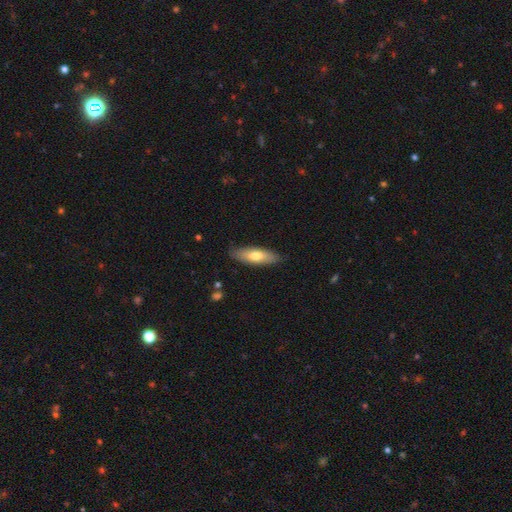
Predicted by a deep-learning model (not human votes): Smooth or featured? Predicted: smooth (p=0.69). How rounded? Predicted: in between (p=0.56). Merging? Predicted: none (p=0.85).